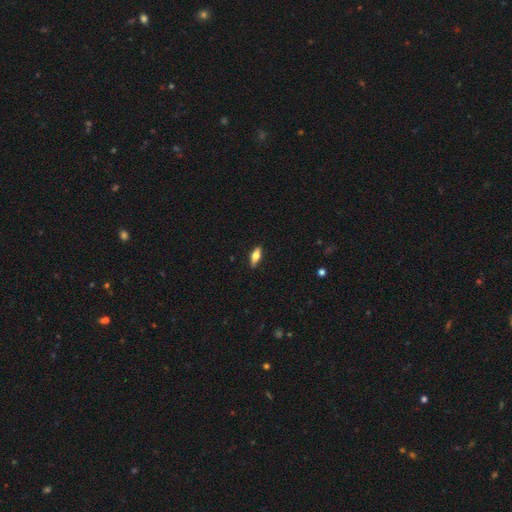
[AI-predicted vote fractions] This appears to be a smooth galaxy with no disk features (55%) that is in between round and cigar-shaped (60%). Merging: none (86%).